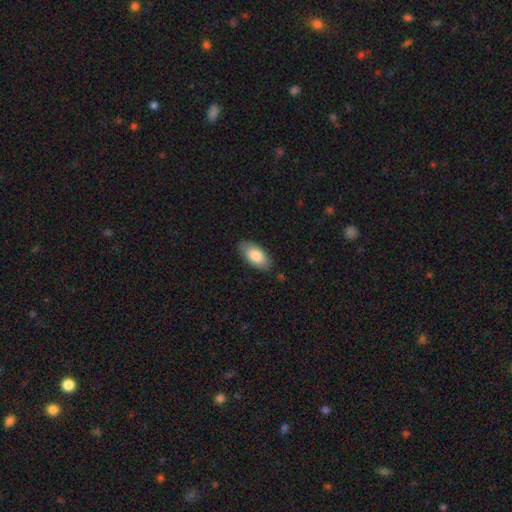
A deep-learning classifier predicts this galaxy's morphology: Smooth or featured?
  - smooth: 82% *
  - featured or disk: 12%
  - star or artifact: 6%
How rounded?
  - in between: 94% *
  - cigar-shaped: 4%
  - round: 2%
Merging?
  - none: 84% *
  - minor disturbance: 12%
  - major disturbance: 3%
  - merger: 1%